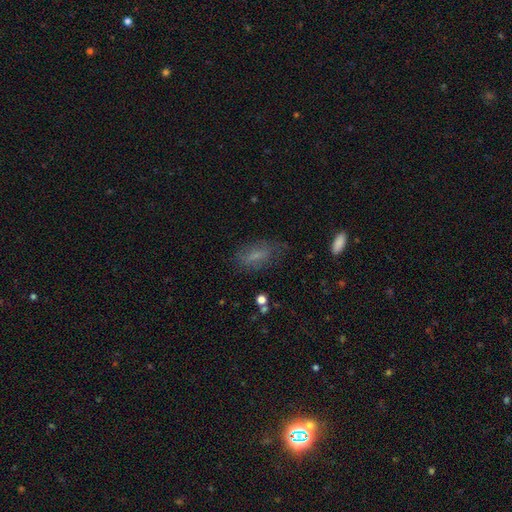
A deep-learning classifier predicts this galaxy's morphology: type=smooth (60%); roundness=in between (72%); merging=none (67%).